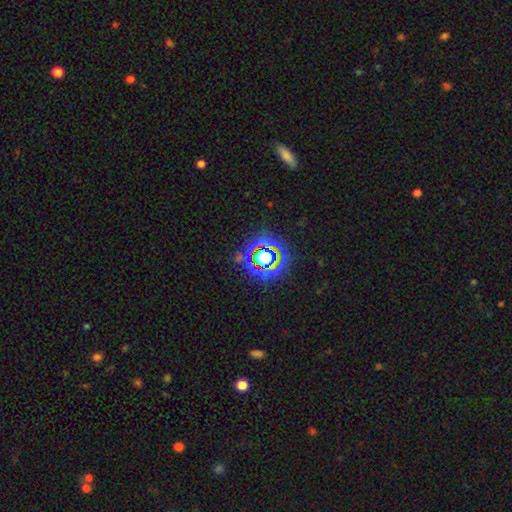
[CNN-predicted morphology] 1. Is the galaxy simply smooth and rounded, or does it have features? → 74% star or artifact, 15% smooth, 10% featured or disk.